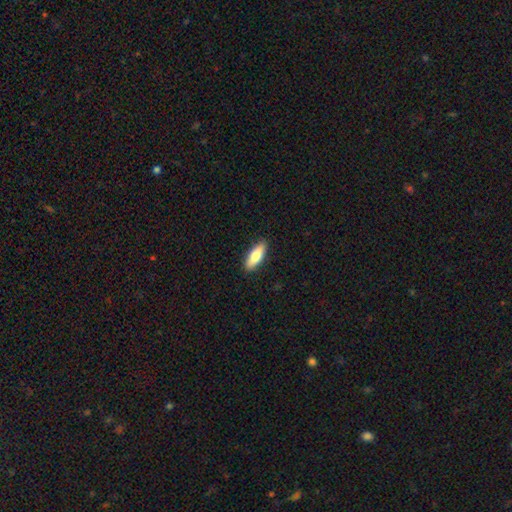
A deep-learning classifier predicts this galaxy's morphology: Smooth or featured? Predicted: smooth (p=0.77). How rounded? Predicted: in between (p=0.65). Merging? Predicted: none (p=0.89).